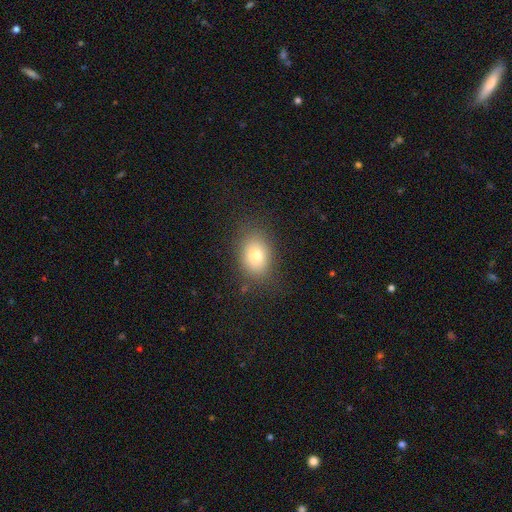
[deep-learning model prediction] This is likely a smooth galaxy (78%). How rounded: likely in between (70%). Merging: clearly none (81%).